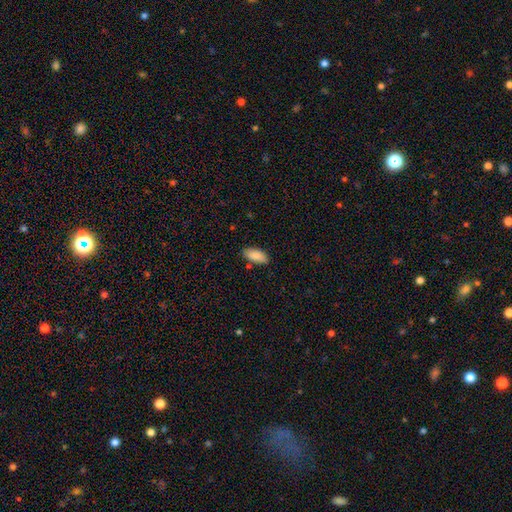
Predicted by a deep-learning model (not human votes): Morphology: type=smooth (87%); roundness=in between (89%); merging=none (82%).